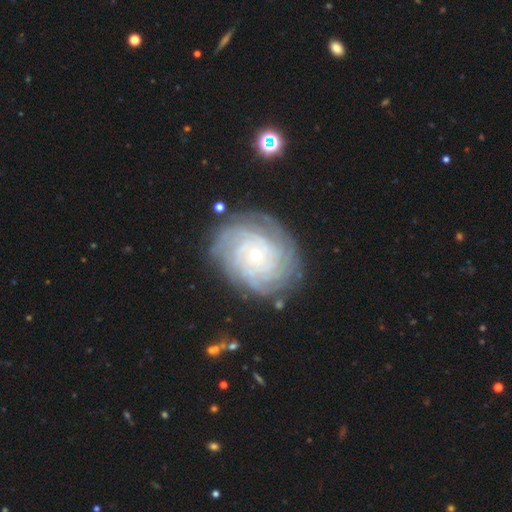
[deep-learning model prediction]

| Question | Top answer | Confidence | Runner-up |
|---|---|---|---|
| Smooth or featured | featured or disk | 86% | smooth (8%) |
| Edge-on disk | no | 97% | yes (3%) |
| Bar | no | 79% | weak (17%) |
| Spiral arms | yes | 97% | no (3%) |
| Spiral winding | tight | 83% | medium (14%) |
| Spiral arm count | can't tell | 28% | more than 4 (24%) |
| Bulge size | small | 73% | moderate (23%) |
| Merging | none | 81% | minor disturbance (13%) |